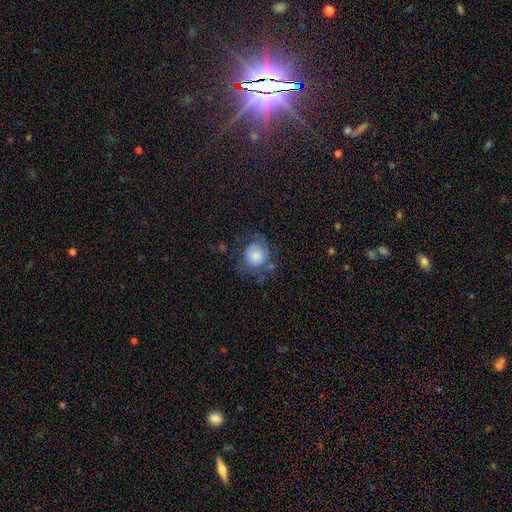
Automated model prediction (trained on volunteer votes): Overall: smooth (62%; featured or disk 30%). How rounded: round (76%). Merging: none (47%; minor disturbance 28%).